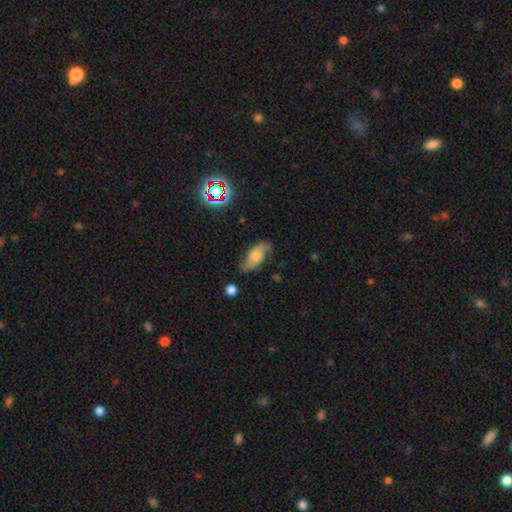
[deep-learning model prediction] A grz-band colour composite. It shows a featured or disk galaxy (60%) with no bar (68%), spiral arms (90%) and a moderate central bulge (43%). Merging: none (69%).